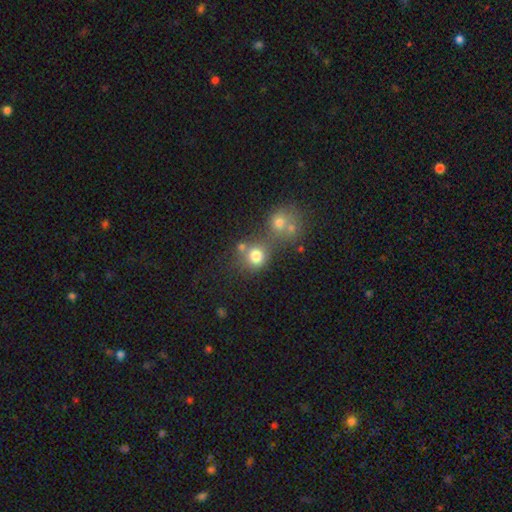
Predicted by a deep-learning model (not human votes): Q: Smooth or featured?
A: smooth (76%); runner-up: star or artifact (14%)
Q: How rounded?
A: round (79%); runner-up: in between (20%)
Q: Merging?
A: none (45%); runner-up: merger (39%)